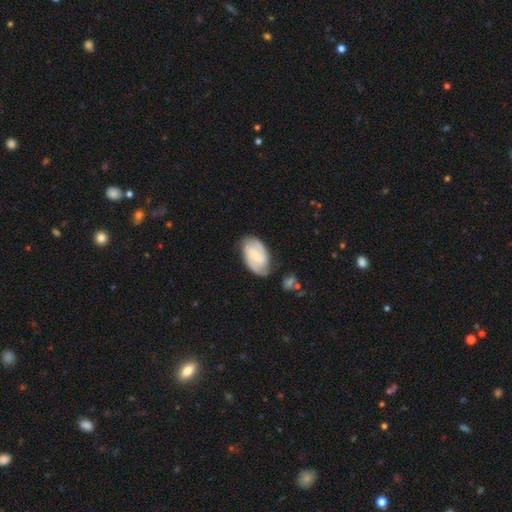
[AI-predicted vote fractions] Overall: featured or disk (67%). Edge-on disk: no (97%). Bar: weak (52%; strong 24%). Spiral arms: yes (92%). Spiral arm count: 2 (79%). Spiral winding: medium (45%; tight 37%). Bulge size: small (56%; none 21%). Merging: none (69%).